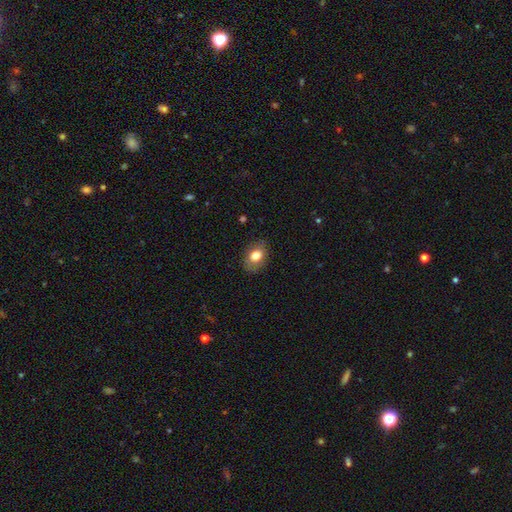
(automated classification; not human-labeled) A smooth galaxy with no disk features (76%) that is in between round and cigar-shaped (77%).

Vote fractions:
- Smooth or featured? smooth: 76% / featured or disk: 15% / star or artifact: 8%
- How rounded? in between: 77% / round: 21% / cigar-shaped: 1%
- Merging? none: 81% / minor disturbance: 14% / major disturbance: 4% / merger: 1%